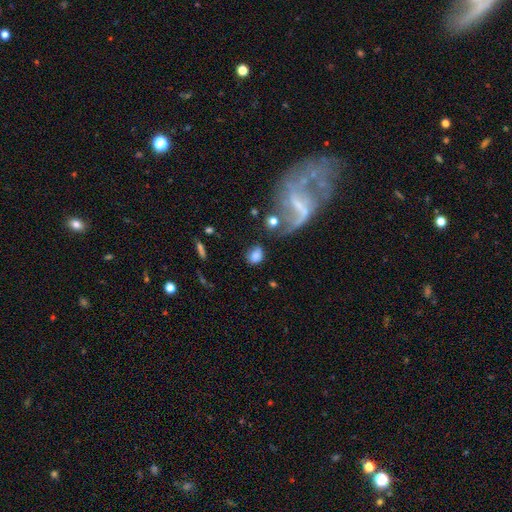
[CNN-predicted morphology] A smooth galaxy with no disk features (72%) that is in between round and cigar-shaped (57%).

Vote fractions:
- Smooth or featured? smooth: 72% / featured or disk: 18% / star or artifact: 10%
- How rounded? in between: 57% / round: 41% / cigar-shaped: 2%
- Merging? none: 59% / minor disturbance: 19% / major disturbance: 13% / merger: 9%